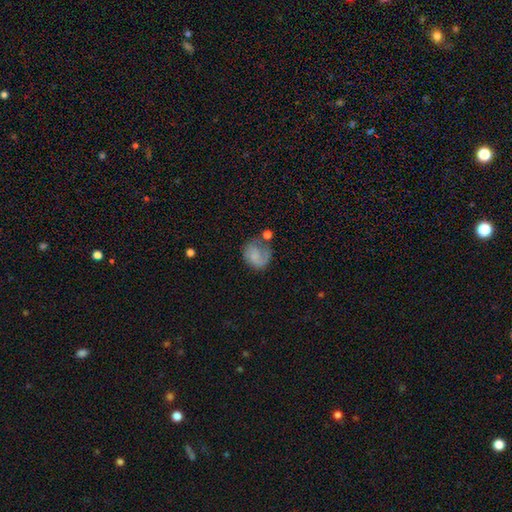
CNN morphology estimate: smooth 61%, featured or disk 29%, star or artifact 10%. Down the decision tree: how rounded — round (66%); merging — none (38%).